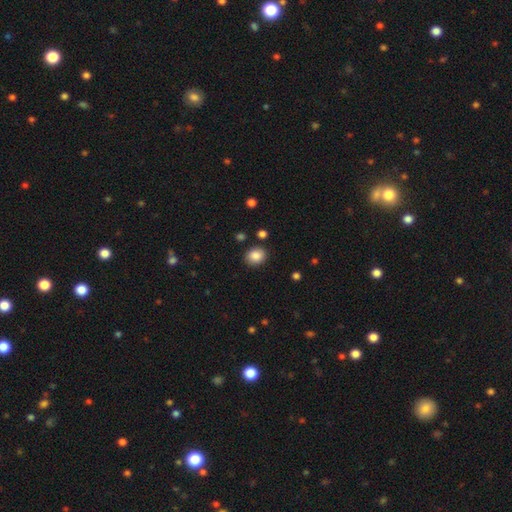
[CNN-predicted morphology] type=smooth (87%); roundness=round (57%); merging=none (85%).